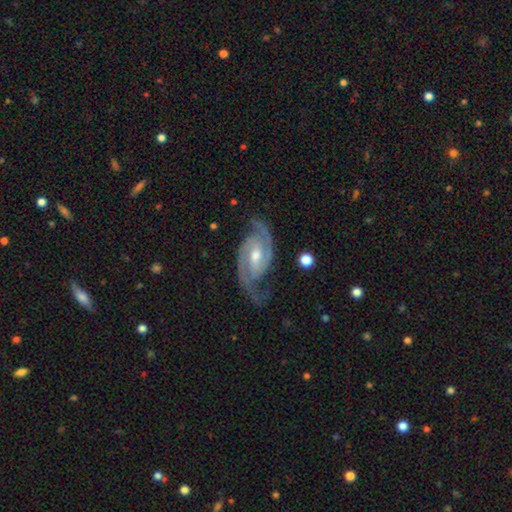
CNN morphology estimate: A featured or disk galaxy (92%) with a weak bar (47%), 2 (92%) medium (50%) spiral arms (98%) and a moderate central bulge (65%).

Vote fractions:
- Smooth or featured? featured or disk: 92% / star or artifact: 4% / smooth: 3%
- Edge-on disk? no: 97% / yes: 3%
- Bar? weak: 47% / no: 30% / strong: 24%
- Spiral arms? yes: 98% / no: 2%
- Spiral winding? medium: 50% / tight: 40% / loose: 10%
- Spiral arm count? 2: 92% / 3: 2% / can't tell: 2% / 1: 1% / 4: 1% / more than 4: 1%
- Bulge size? moderate: 65% / small: 29% / large: 3% / none: 1% / dominant: 1%
- Merging? none: 77% / minor disturbance: 16% / major disturbance: 5% / merger: 1%